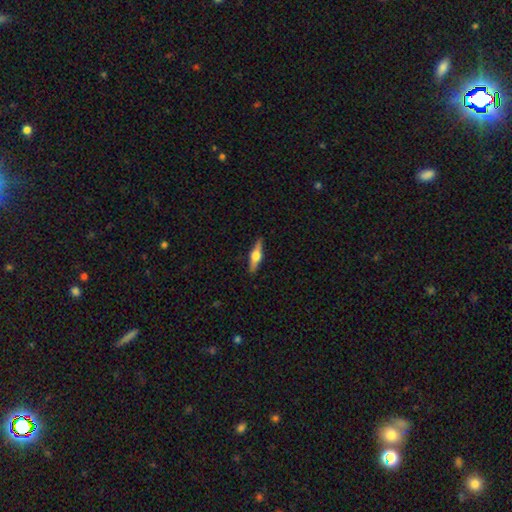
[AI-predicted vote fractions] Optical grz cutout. It shows a featured or disk galaxy (66%) viewed edge-on (97%) with a rounded central bulge (94%). Merging: none (90%).